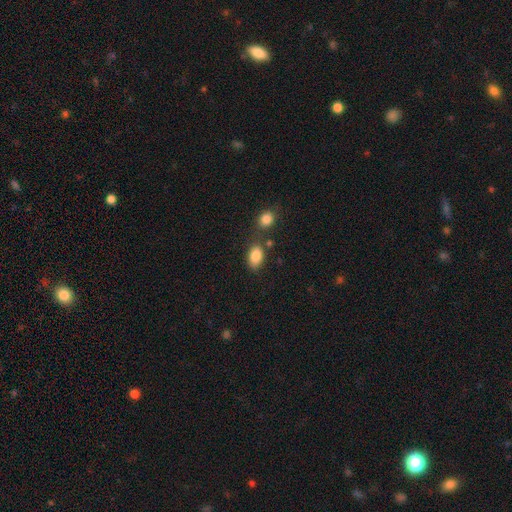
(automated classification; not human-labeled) Smooth or featured? Predicted: smooth (p=0.86). How rounded? Predicted: in between (p=0.88). Merging? Predicted: none (p=0.64).